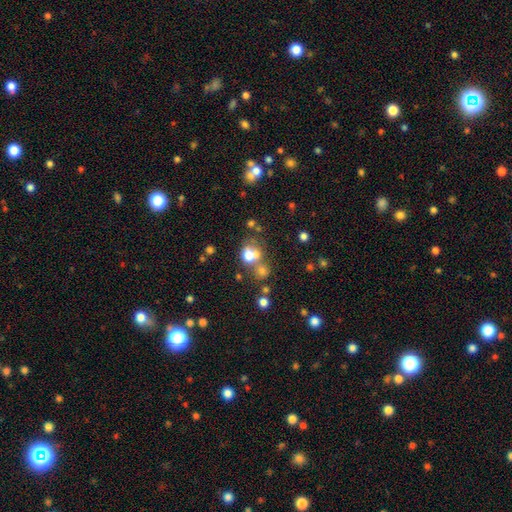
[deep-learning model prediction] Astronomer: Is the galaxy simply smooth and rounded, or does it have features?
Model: smooth — 57%.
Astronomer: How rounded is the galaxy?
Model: round — 77%.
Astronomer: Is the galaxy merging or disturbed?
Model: none — 49% (runner-up: merger, 38%).